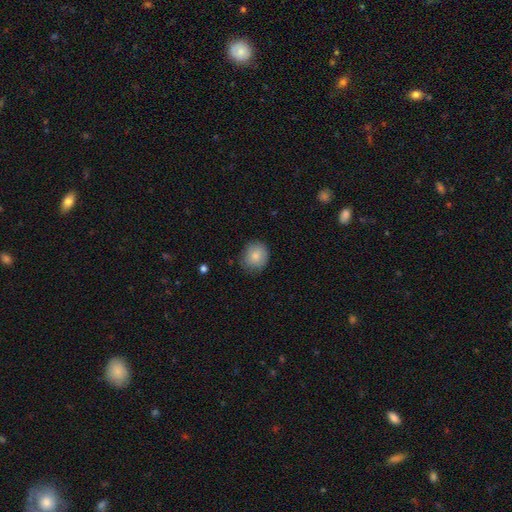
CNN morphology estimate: type=smooth (84%); roundness=round (74%); merging=none (78%).